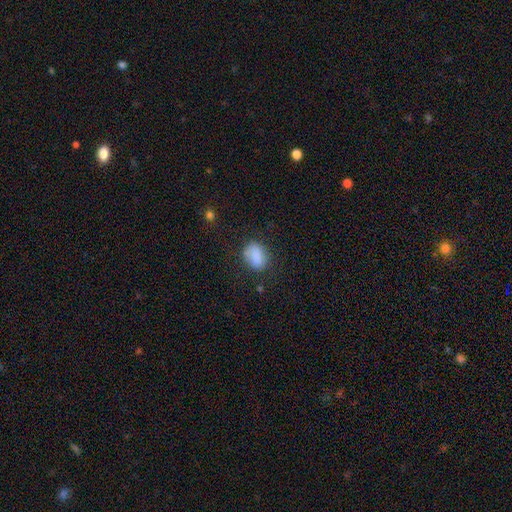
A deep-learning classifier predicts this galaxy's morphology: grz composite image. It shows a smooth galaxy with no disk features (85%) that is in between round and cigar-shaped (68%). Merging: none (70%).